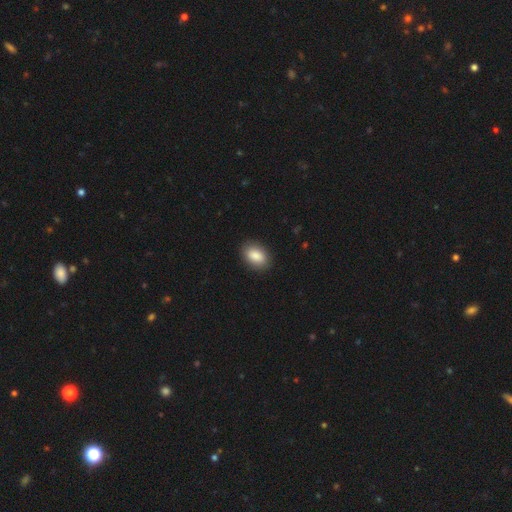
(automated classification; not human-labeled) smooth_or_featured: smooth (p=0.88) [alt: star or artifact p=0.07]
how_rounded: in between (p=0.89) [alt: round p=0.10]
merging: none (p=0.88) [alt: minor disturbance p=0.09]